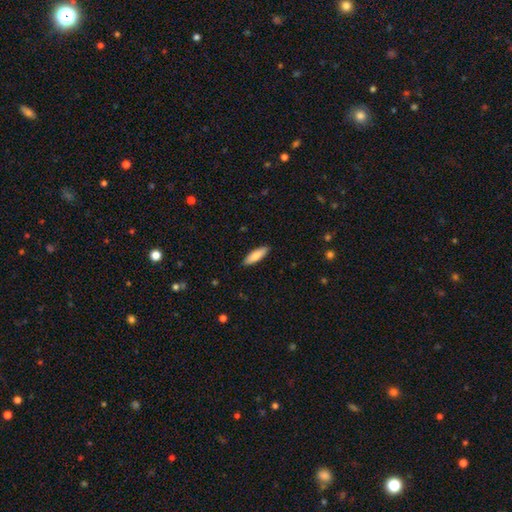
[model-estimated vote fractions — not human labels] This appears to be a smooth galaxy with no disk features (83%) that is cigar-shaped (53%). Merging: none (89%).